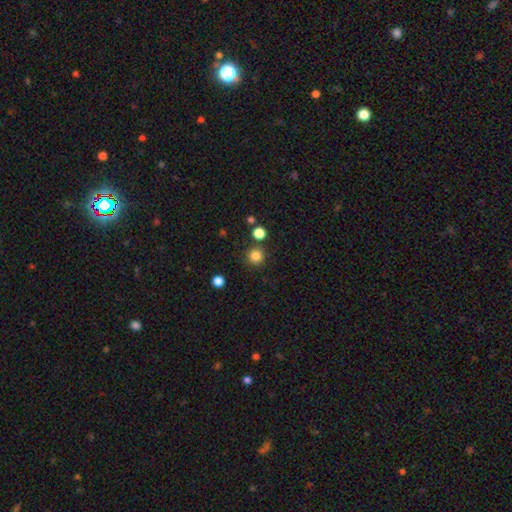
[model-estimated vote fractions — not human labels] Smooth or featured? Predicted: smooth (p=0.84). How rounded? Predicted: round (p=0.95). Merging? Predicted: none (p=0.86).